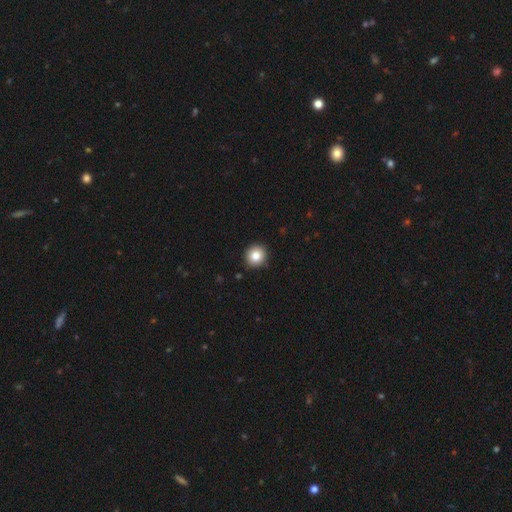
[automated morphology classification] A smooth galaxy with no disk features (84%) that is round (90%).

Vote fractions:
- Smooth or featured? smooth: 84% / star or artifact: 9% / featured or disk: 7%
- How rounded? round: 90% / in between: 9% / cigar-shaped: 1%
- Merging? none: 91% / minor disturbance: 6% / major disturbance: 2% / merger: 1%